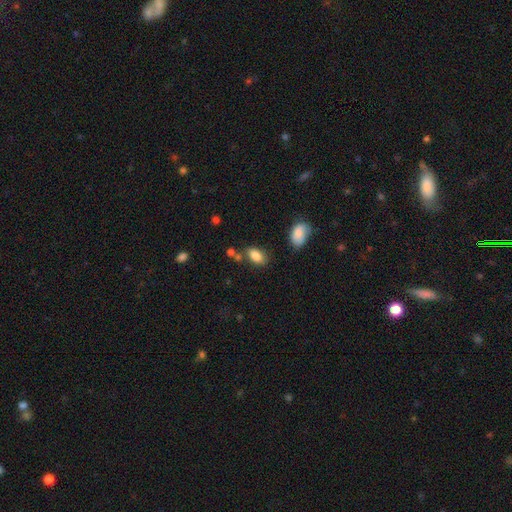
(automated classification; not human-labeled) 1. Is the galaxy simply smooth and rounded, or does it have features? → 84% smooth, 8% star or artifact, 7% featured or disk.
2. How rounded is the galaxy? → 90% in between, 8% round, 2% cigar-shaped.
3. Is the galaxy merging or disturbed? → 69% none, 18% minor disturbance, 9% merger, 4% major disturbance.